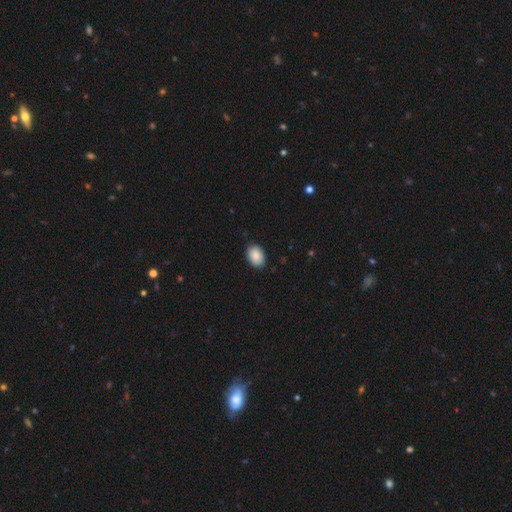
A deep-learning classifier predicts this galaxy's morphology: Overall: smooth (88%). How rounded: in between (78%). Merging: none (87%).